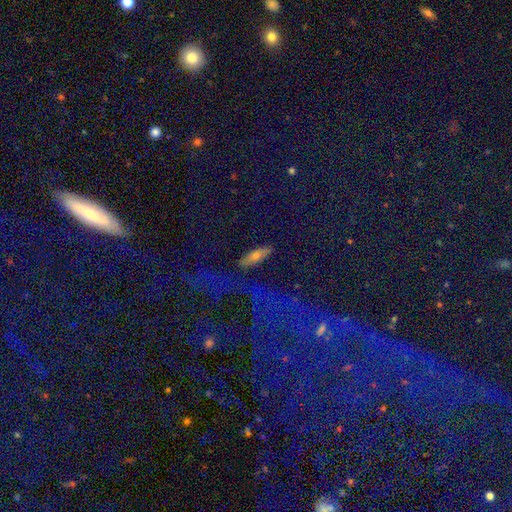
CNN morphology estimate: type=smooth (57%); roundness=in between (52%); merging=none (81%).